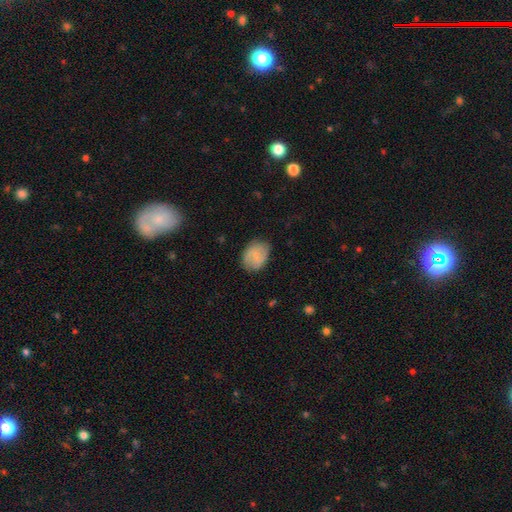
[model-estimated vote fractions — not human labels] Q: Smooth or featured?
A: smooth (61%); runner-up: featured or disk (31%)
Q: How rounded?
A: in between (63%); runner-up: round (36%)
Q: Merging?
A: none (74%); runner-up: minor disturbance (20%)